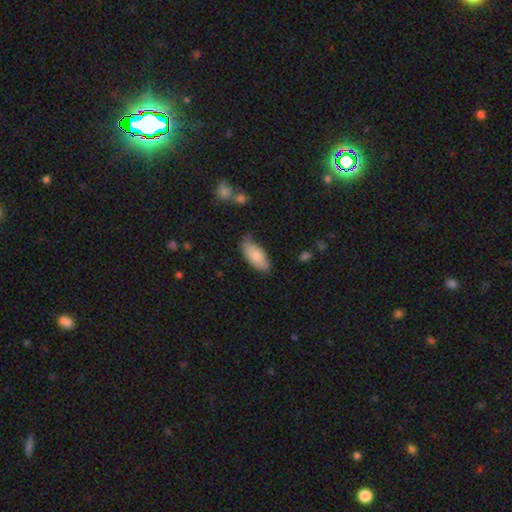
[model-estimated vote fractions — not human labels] smooth_or_featured: smooth (p=0.83) [alt: featured or disk p=0.11]
how_rounded: in between (p=0.88) [alt: cigar-shaped p=0.10]
merging: none (p=0.71) [alt: minor disturbance p=0.23]